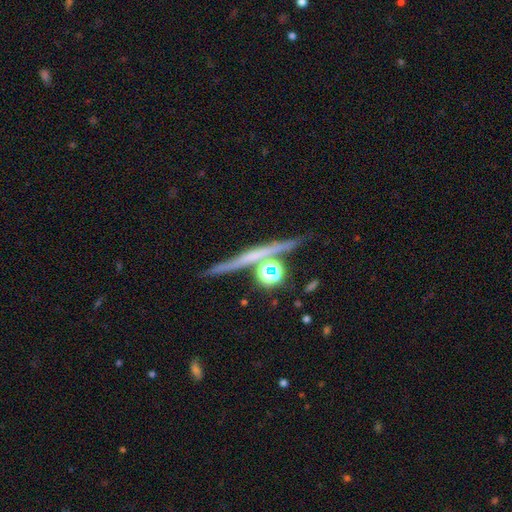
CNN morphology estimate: featured or disk 45%, star or artifact 28%, smooth 27%. Down the decision tree: merging — none (78%).